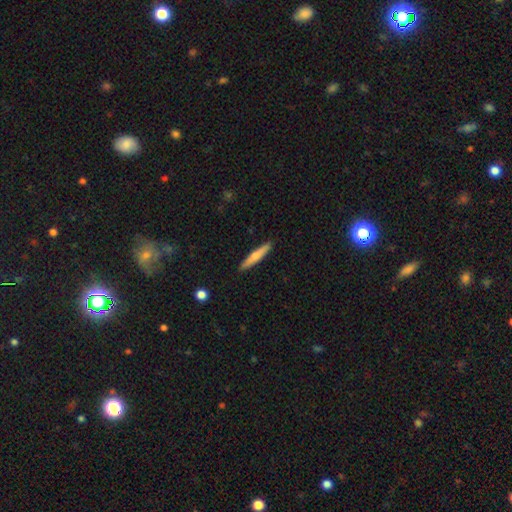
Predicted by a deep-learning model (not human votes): smooth-or-featured: smooth: 62% | featured or disk: 33% | star or artifact: 5%
  how-rounded: cigar-shaped: 91% | in between: 7% | round: 1%
  merging: none: 91% | minor disturbance: 7% | major disturbance: 1% | merger: 1%